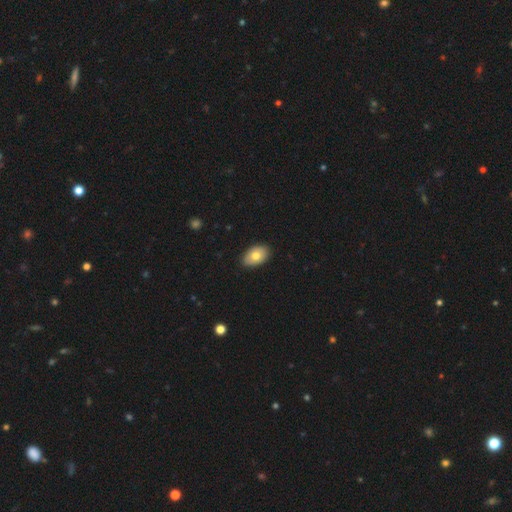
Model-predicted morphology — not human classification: smooth-or-featured: smooth: 73% | featured or disk: 20% | star or artifact: 7%
  how-rounded: in between: 91% | round: 8% | cigar-shaped: 1%
  merging: none: 88% | minor disturbance: 10% | major disturbance: 2% | merger: 1%